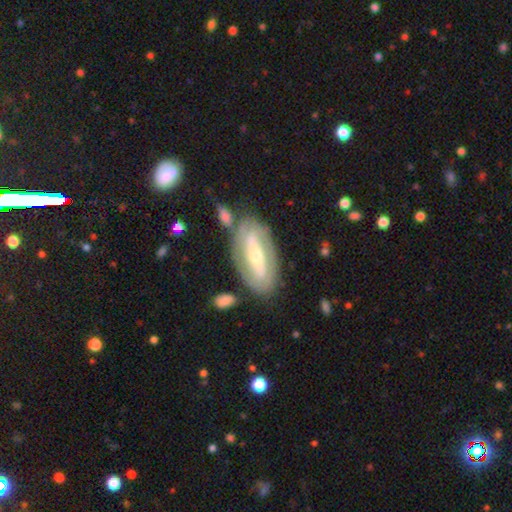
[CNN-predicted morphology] smooth_or_featured: featured or disk (p=0.76) [alt: smooth p=0.19]
disk_edge_on: no (p=0.89) [alt: yes p=0.11]
bar: strong (p=0.50) [alt: no p=0.26]
has_spiral_arms: yes (p=0.70) [alt: no p=0.30]
bulge_size: small (p=0.50) [alt: moderate p=0.46]
merging: none (p=0.74) [alt: minor disturbance p=0.14]